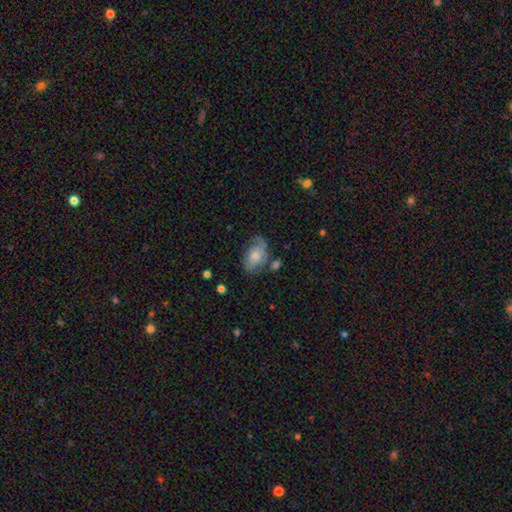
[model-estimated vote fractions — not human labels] A smooth galaxy with no disk features (60%) that is in between round and cigar-shaped (90%). Merging: none (51%).